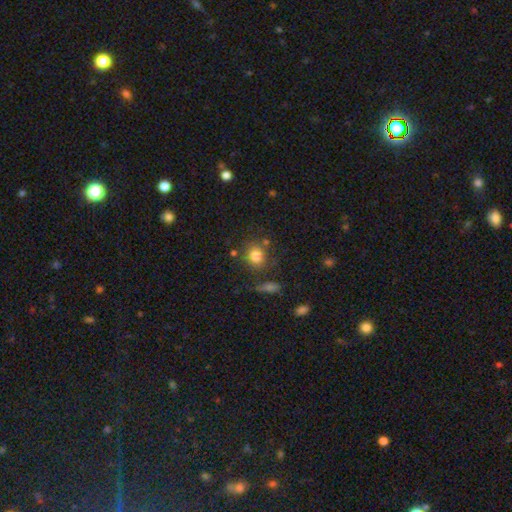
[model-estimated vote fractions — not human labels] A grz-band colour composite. It shows a smooth galaxy with no disk features (82%) that is round (78%). Merging: none (74%).